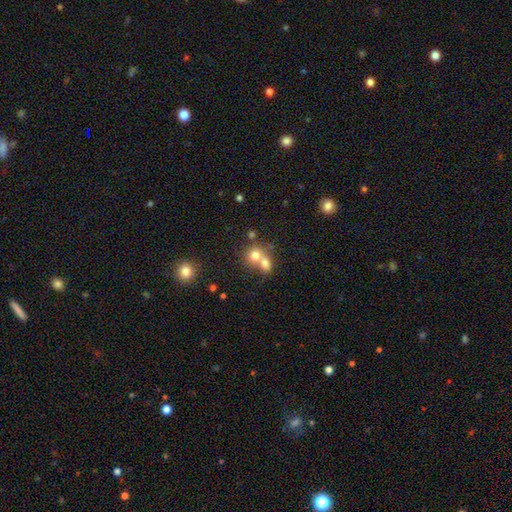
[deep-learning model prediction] smooth 73%, featured or disk 16%, star or artifact 11%. Down the decision tree: how rounded — round (73%); merging — merger (65%).